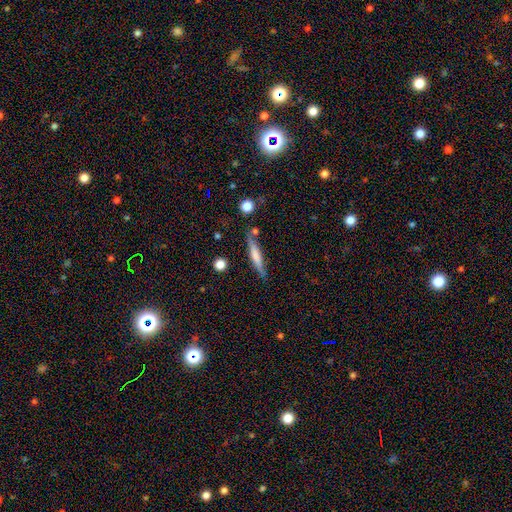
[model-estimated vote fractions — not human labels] Smooth or featured?
  - smooth: 59% *
  - featured or disk: 35%
  - star or artifact: 6%
How rounded?
  - cigar-shaped: 91% *
  - in between: 8%
  - round: 2%
Merging?
  - none: 78% *
  - minor disturbance: 13%
  - merger: 6%
  - major disturbance: 3%